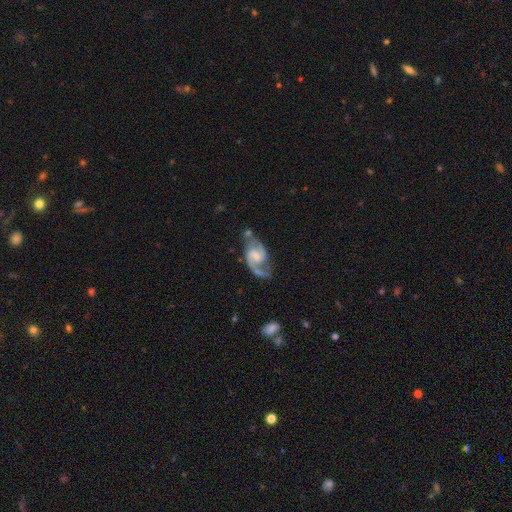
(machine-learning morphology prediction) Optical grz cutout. It shows a featured or disk galaxy (90%) with a weak bar (50%), 2 (91%) medium (56%) spiral arms (98%) and a small central bulge (49%). Merging: none (61%).